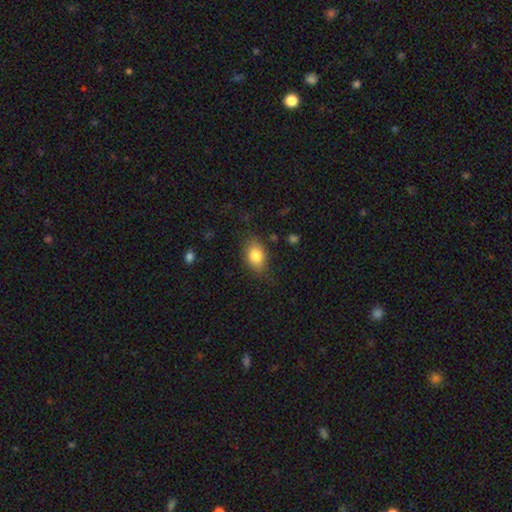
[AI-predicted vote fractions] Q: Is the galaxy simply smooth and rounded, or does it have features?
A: smooth — 82%.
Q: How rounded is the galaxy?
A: in between — 77%.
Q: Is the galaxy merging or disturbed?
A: none — 73%.